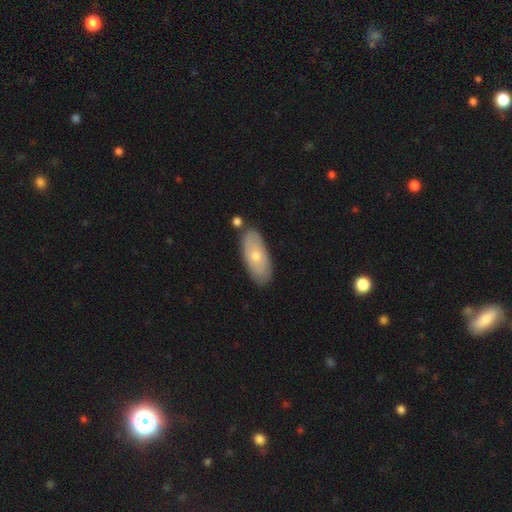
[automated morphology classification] smooth-or-featured: smooth: 59% | featured or disk: 35% | star or artifact: 6%
  how-rounded: in between: 86% | cigar-shaped: 12% | round: 3%
  merging: none: 79% | minor disturbance: 13% | merger: 5% | major disturbance: 3%